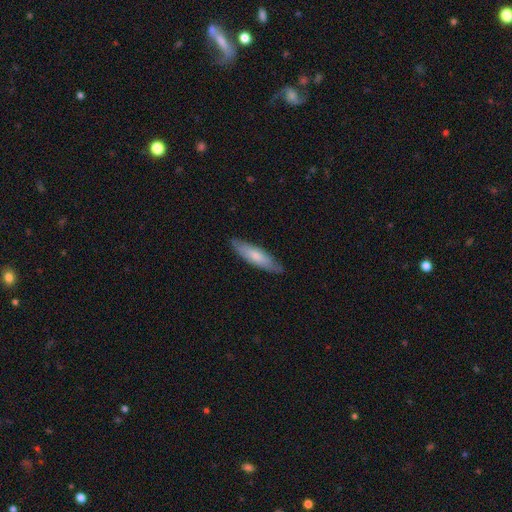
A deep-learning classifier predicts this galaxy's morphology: Smooth or featured: smooth — 68% (featured or disk — 27%)
How rounded: cigar-shaped — 70% (in between — 29%)
Merging: none — 85% (minor disturbance — 12%)